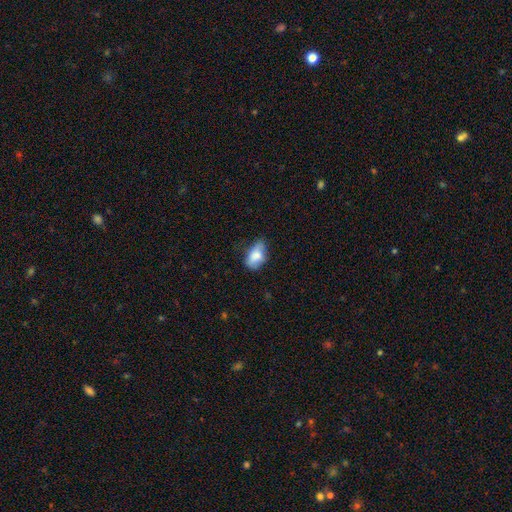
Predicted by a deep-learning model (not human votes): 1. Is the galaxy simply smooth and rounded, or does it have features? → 75% smooth, 17% featured or disk, 8% star or artifact.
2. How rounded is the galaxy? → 89% in between, 7% round, 3% cigar-shaped.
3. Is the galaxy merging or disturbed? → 46% none, 37% minor disturbance, 14% major disturbance, 3% merger.